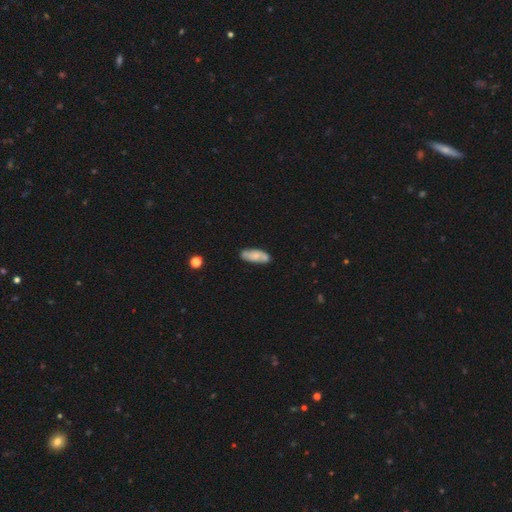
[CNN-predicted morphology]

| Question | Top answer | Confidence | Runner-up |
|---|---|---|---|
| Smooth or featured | smooth | 63% | featured or disk (31%) |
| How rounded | in between | 73% | cigar-shaped (24%) |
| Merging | none | 76% | minor disturbance (17%) |